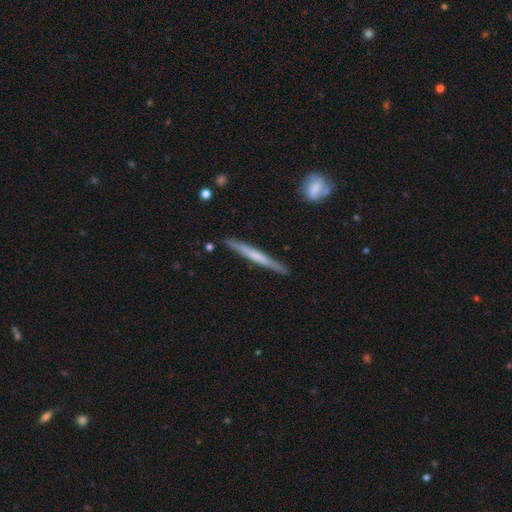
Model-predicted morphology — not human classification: This appears to be a featured or disk galaxy (50%) viewed edge-on (96%). Merging: none (88%).